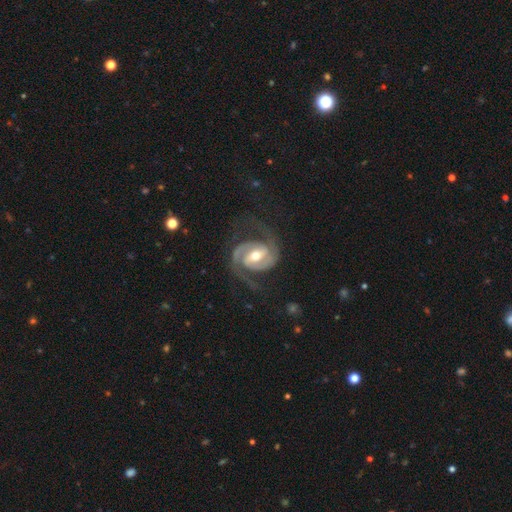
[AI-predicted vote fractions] smooth-or-featured: featured or disk: 92% | star or artifact: 4% | smooth: 4%
  disk-edge-on: no: 98% | yes: 2%
    bar: weak: 44% | strong: 35% | no: 21%
    has-spiral-arms: yes: 98% | no: 2%
      spiral-winding: medium: 54% | tight: 32% | loose: 14%
      spiral-arm-count: 2: 92% | 3: 3% | can't tell: 2% | 1: 1% | 4: 1% | more than 4: 1%
    bulge-size: moderate: 70% | small: 23% | large: 5% | none: 1% | dominant: 1%
  merging: none: 75% | minor disturbance: 14% | major disturbance: 10% | merger: 1%